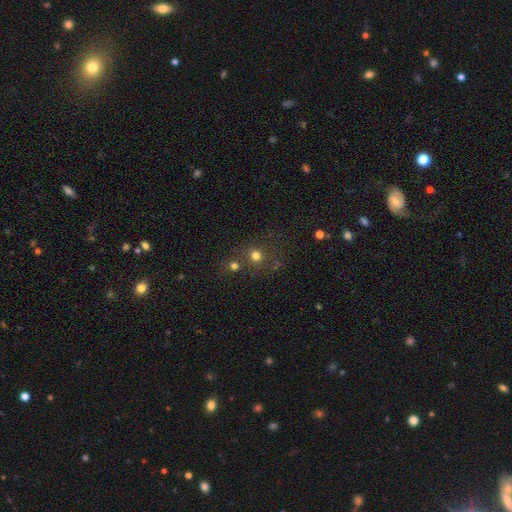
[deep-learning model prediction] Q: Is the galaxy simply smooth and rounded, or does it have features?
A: smooth — 67%.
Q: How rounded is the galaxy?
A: round — 90%.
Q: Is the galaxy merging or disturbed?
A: none — 67%.